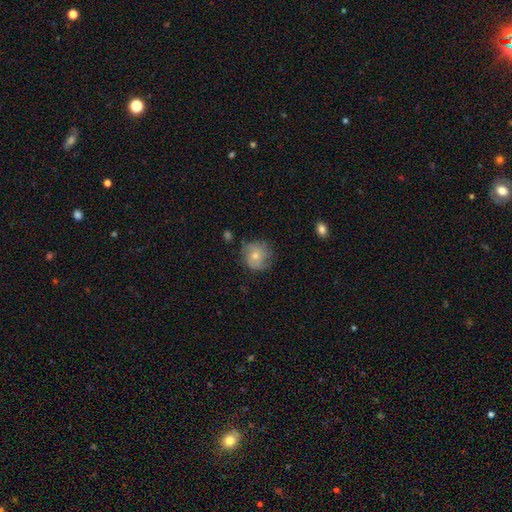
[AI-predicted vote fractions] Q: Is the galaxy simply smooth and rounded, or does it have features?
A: smooth — 63%.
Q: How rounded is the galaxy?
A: round — 87%.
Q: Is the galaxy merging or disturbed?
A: none — 65%.